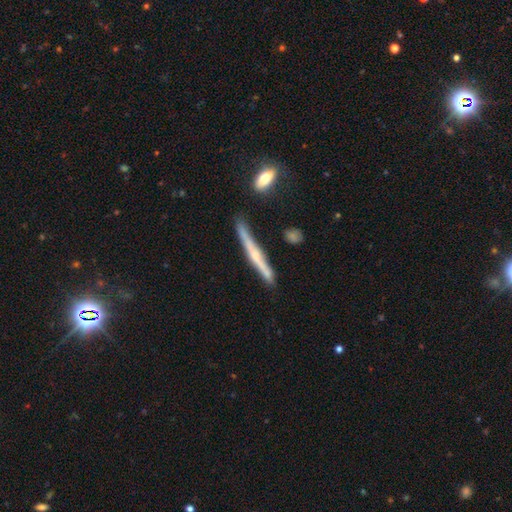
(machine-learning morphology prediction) This is likely a featured or disk galaxy (64%). It is clearly viewed edge-on (96%). Edge-on bulge: possibly rounded (52%). Merging: likely none (77%).